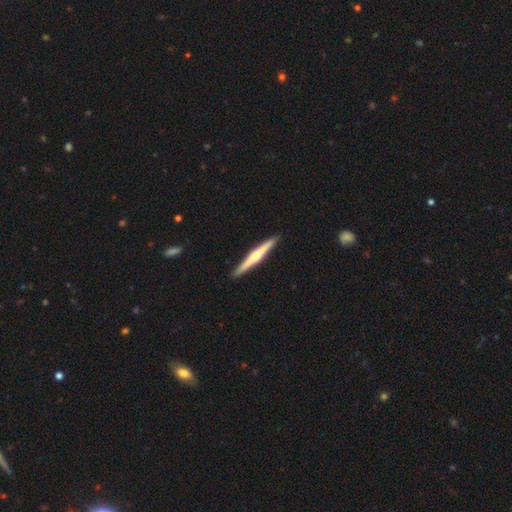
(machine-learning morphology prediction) A featured or disk galaxy (63%) viewed edge-on (98%) with a rounded central bulge (77%). Merging: none (92%).